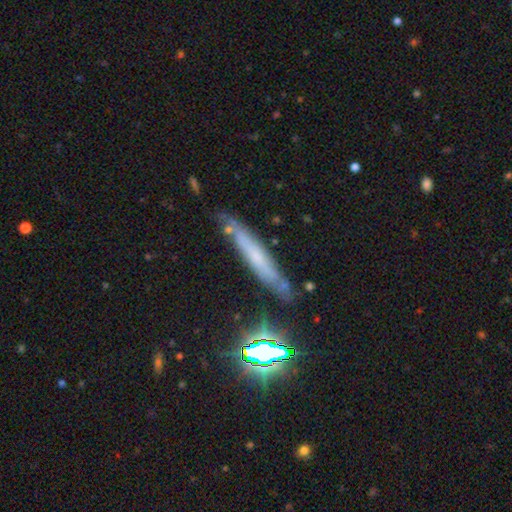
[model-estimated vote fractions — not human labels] Smooth or featured: featured or disk — 44% (smooth — 39%)
Merging: none — 75% (minor disturbance — 17%)